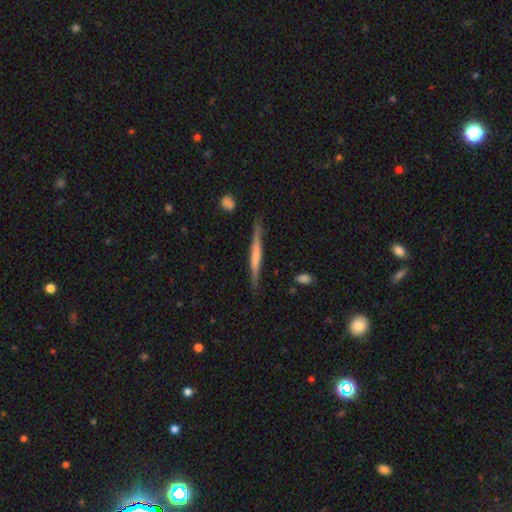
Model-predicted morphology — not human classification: Overall: featured or disk (56%; smooth 38%). Edge-on disk: yes (96%). Edge-on bulge: none (49%; boxy 28%). Merging: none (83%).